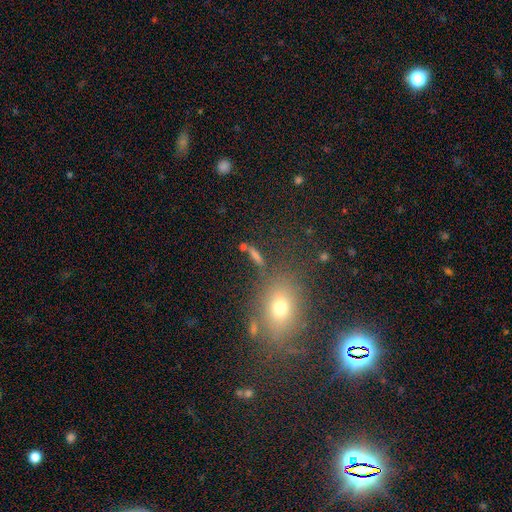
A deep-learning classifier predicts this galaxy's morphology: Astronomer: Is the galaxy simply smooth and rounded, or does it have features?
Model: smooth — 58%.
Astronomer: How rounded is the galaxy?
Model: cigar-shaped — 53% (runner-up: in between, 32%).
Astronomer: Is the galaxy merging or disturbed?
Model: none — 73%.